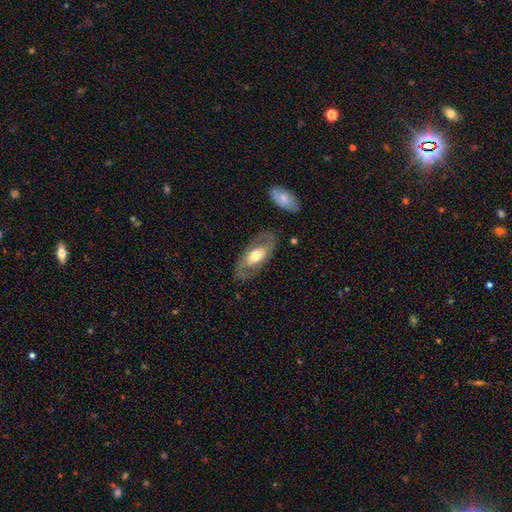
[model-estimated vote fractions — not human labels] This is likely a featured or disk galaxy (63%). It is clearly not viewed edge-on (88%). Bar: likely no (63%). Spiral arm pattern: likely yes (61%). Central bulge: likely moderate (66%). Merging: likely none (79%).